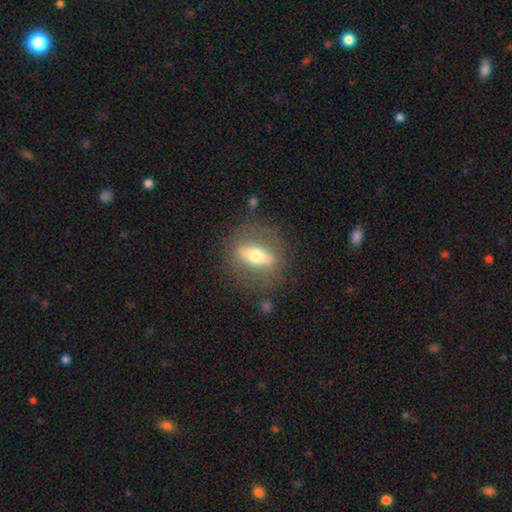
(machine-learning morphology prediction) Smooth or featured: featured or disk — 56% (smooth — 37%)
Edge-on disk: yes — 54% (no — 46%)
Merging: none — 79% (minor disturbance — 12%)